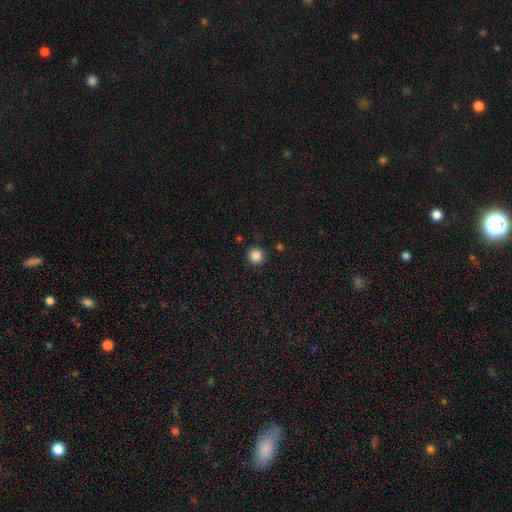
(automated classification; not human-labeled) The model was most divided on "smooth or featured": smooth: 86%, star or artifact: 11%, featured or disk: 4%. More confident: how rounded — round (92%); merging — none (90%).